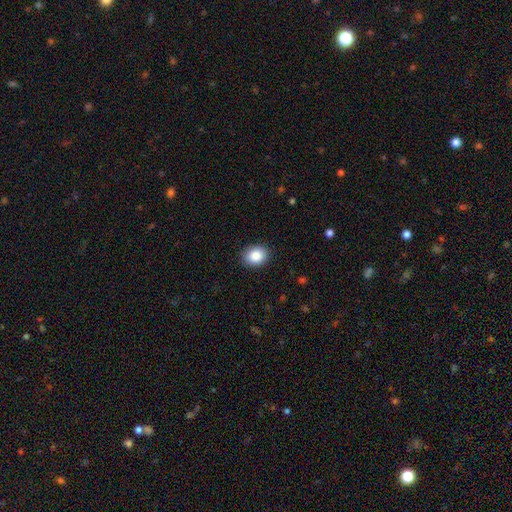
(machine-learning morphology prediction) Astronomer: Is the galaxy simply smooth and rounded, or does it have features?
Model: smooth — 86%.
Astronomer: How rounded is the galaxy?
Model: round — 50% (runner-up: in between, 49%).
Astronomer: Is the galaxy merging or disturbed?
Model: none — 89%.